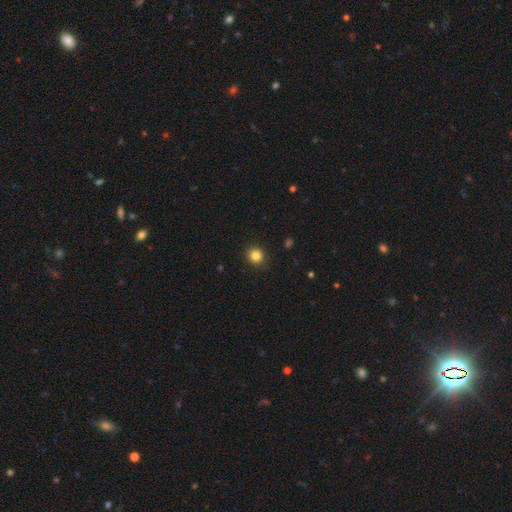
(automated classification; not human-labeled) Q: Smooth or featured?
A: smooth (84%); runner-up: star or artifact (12%)
Q: How rounded?
A: round (87%); runner-up: in between (12%)
Q: Merging?
A: none (91%); runner-up: minor disturbance (6%)